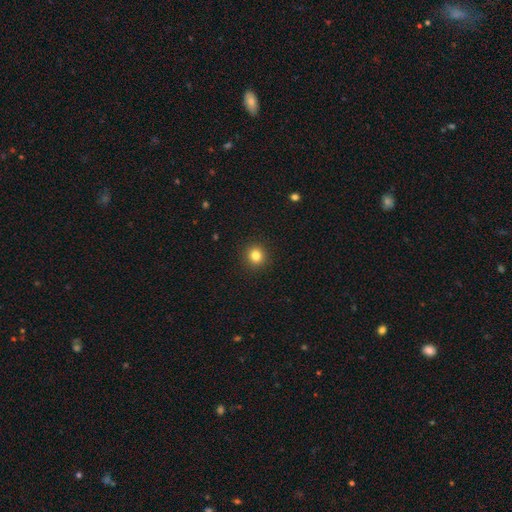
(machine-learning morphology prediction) Smooth or featured: smooth — 82% (star or artifact — 12%)
How rounded: round — 92% (in between — 7%)
Merging: none — 93% (minor disturbance — 5%)